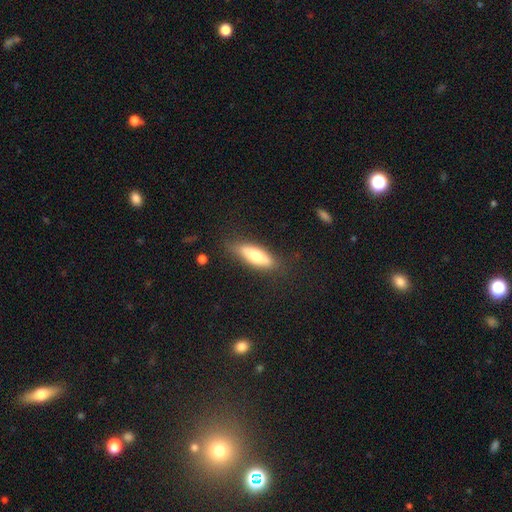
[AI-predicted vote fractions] Smooth or featured? smooth (63%)
How rounded? in between (53%)
Merging? none (77%)